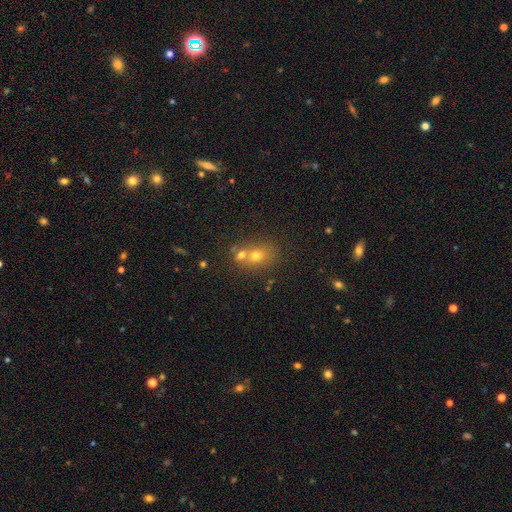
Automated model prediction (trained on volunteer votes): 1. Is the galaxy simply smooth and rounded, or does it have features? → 63% smooth, 20% star or artifact, 17% featured or disk.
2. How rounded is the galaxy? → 60% round, 39% in between, 1% cigar-shaped.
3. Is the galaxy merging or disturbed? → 46% none, 40% merger, 9% minor disturbance, 4% major disturbance.